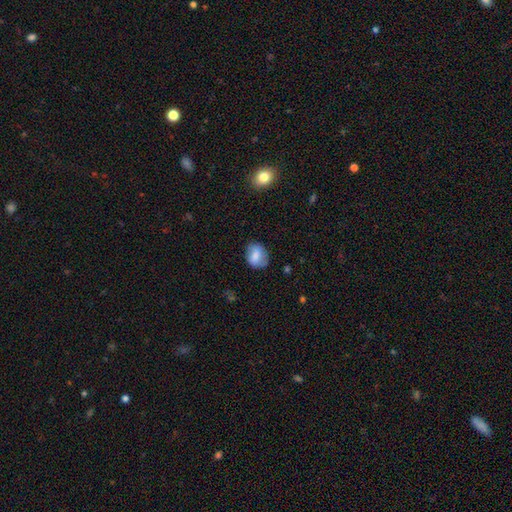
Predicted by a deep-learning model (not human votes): Smooth or featured: smooth — 72% (featured or disk — 20%)
How rounded: in between — 50% (round — 49%)
Merging: none — 71% (minor disturbance — 21%)